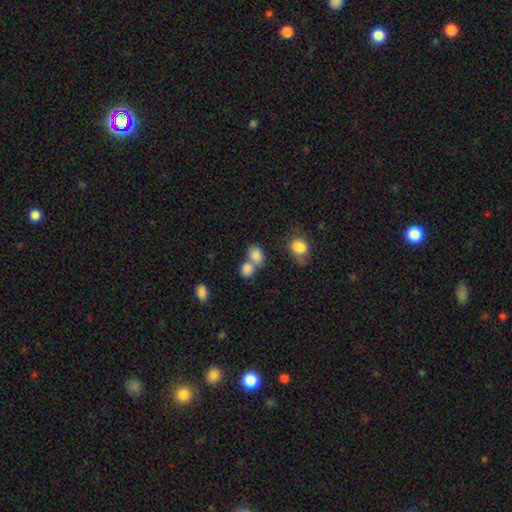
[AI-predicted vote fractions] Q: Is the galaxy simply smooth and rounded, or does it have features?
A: smooth — 82%.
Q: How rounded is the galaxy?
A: in between — 56%.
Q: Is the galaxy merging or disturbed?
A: merger — 58%.